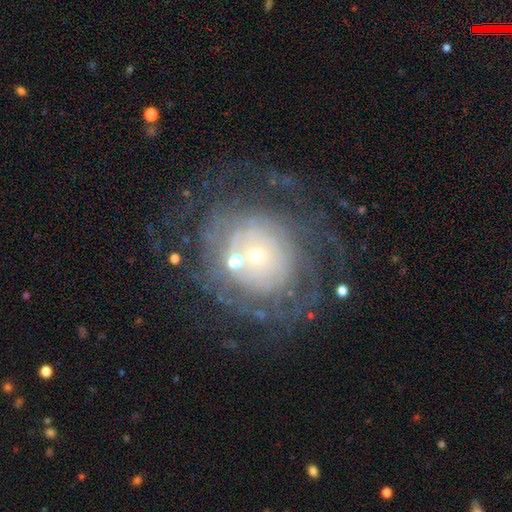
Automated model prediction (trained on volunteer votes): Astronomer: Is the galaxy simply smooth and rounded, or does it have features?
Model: featured or disk — 75%.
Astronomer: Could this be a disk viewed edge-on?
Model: no — 97%.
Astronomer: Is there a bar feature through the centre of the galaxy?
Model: no — 84%.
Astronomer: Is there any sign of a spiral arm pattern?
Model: yes — 79%.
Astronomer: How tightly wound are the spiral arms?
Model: tight — 71%.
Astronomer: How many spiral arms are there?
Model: can't tell — 51%.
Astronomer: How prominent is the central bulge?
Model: small — 72%.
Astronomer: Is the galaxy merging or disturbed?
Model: none — 60%.